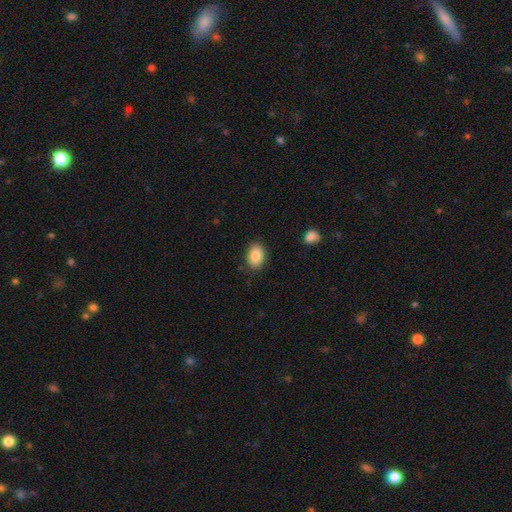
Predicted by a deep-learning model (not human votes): Overall: smooth (89%). How rounded: in between (84%). Merging: none (86%).